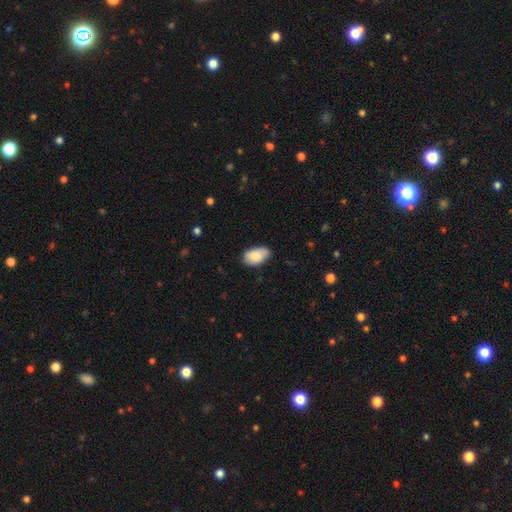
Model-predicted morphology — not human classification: smooth_or_featured: smooth (p=0.84) [alt: featured or disk p=0.10]
how_rounded: in between (p=0.93) [alt: round p=0.05]
merging: none (p=0.70) [alt: minor disturbance p=0.26]